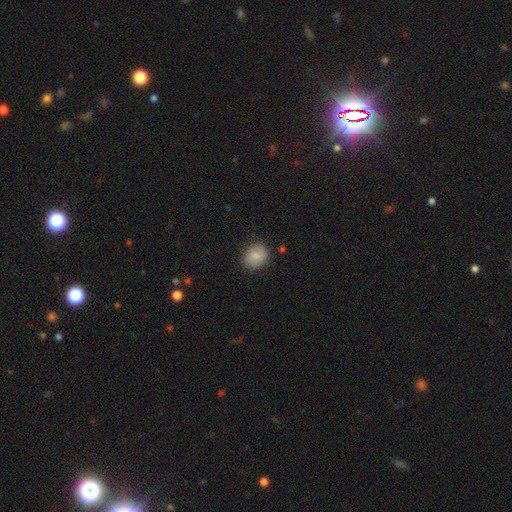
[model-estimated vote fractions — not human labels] The model was most divided on "how rounded": round: 61%, in between: 38%, cigar-shaped: 1%. More confident: smooth or featured — smooth (82%); merging — none (82%).